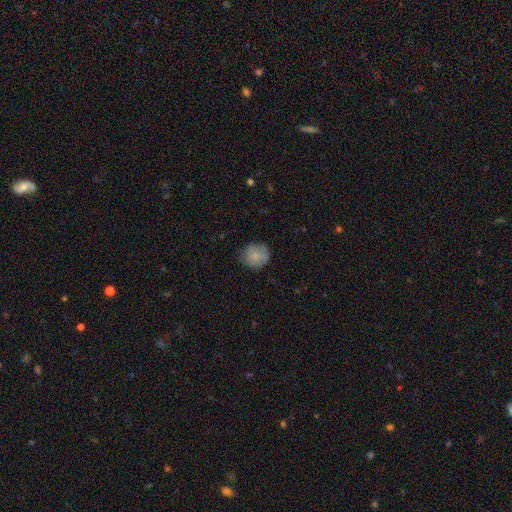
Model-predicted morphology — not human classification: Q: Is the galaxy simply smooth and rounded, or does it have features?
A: smooth — 78%.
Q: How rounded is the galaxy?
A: round — 86%.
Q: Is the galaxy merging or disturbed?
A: none — 73%.